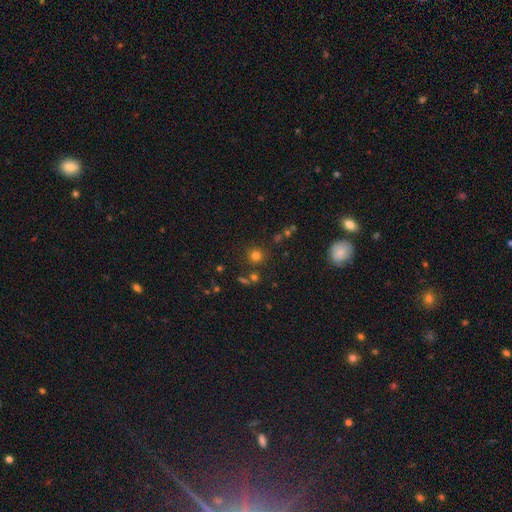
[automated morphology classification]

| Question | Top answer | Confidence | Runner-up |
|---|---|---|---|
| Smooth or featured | smooth | 74% | star or artifact (20%) |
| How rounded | round | 93% | in between (6%) |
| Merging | none | 82% | minor disturbance (8%) |